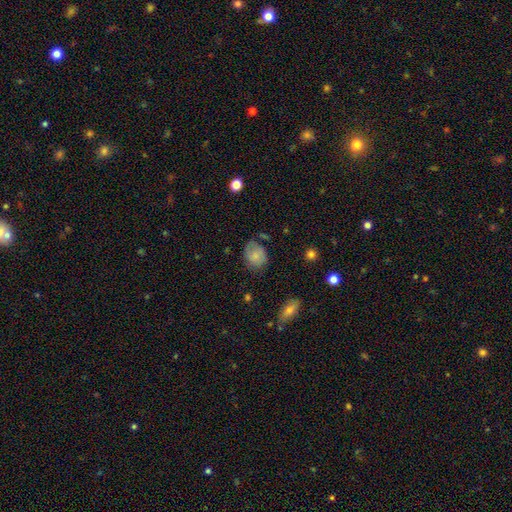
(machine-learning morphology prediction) Q: Smooth or featured?
A: smooth (75%); runner-up: featured or disk (17%)
Q: How rounded?
A: in between (52%); runner-up: round (47%)
Q: Merging?
A: none (61%); runner-up: minor disturbance (28%)